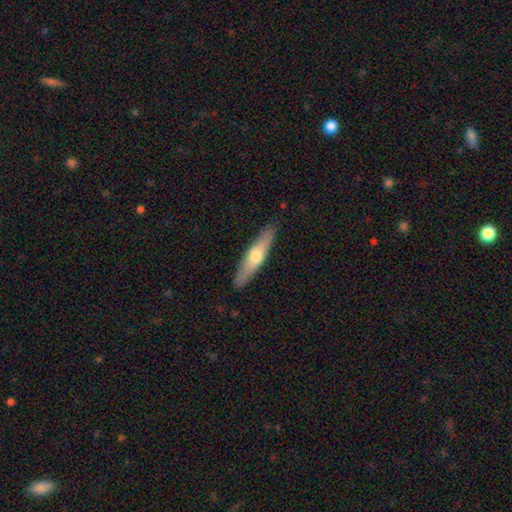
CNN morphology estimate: smooth 53%, featured or disk 42%, star or artifact 5%. Down the decision tree: how rounded — cigar-shaped (79%); merging — none (88%).